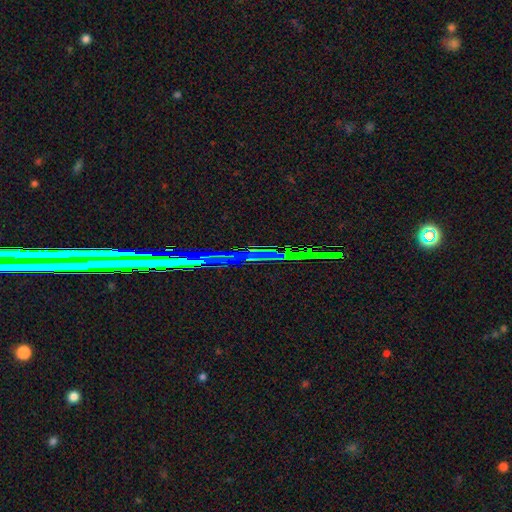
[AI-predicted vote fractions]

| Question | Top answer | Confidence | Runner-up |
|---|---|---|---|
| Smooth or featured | star or artifact | 76% | featured or disk (15%) |